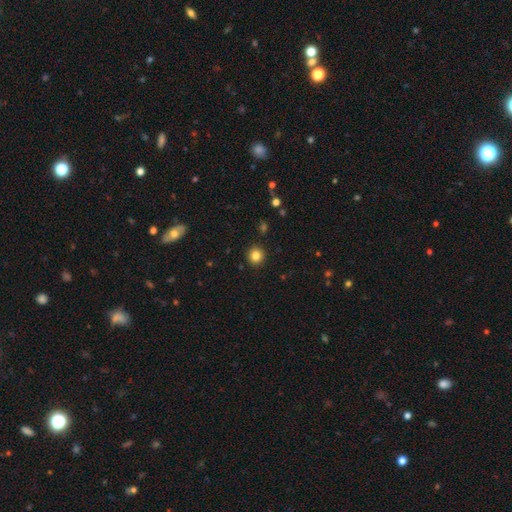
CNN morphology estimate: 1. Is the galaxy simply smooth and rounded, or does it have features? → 84% smooth, 11% star or artifact, 5% featured or disk.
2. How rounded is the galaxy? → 93% round, 6% in between, 1% cigar-shaped.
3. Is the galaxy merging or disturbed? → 92% none, 5% minor disturbance, 2% major disturbance, 1% merger.